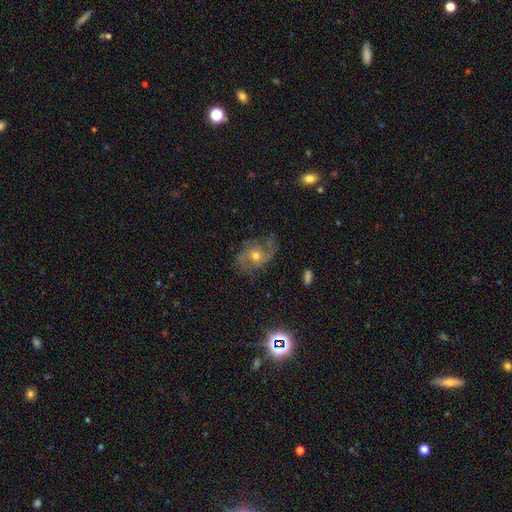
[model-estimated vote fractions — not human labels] Morphology: type=featured or disk (76%); edge-on=no (96%); bar=no (69%); spiral arms=yes (93%); winding=medium (46%); arm count=2 (68%); bulge=moderate (62%); merging=none (67%).